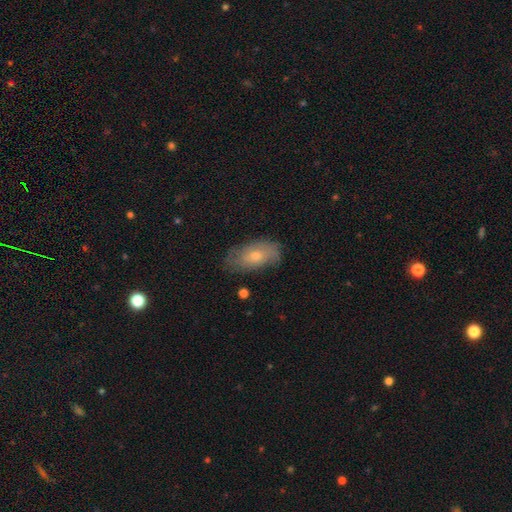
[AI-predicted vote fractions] This appears to be a smooth galaxy with no disk features (57%) that is in between round and cigar-shaped (90%). Merging: none (73%).